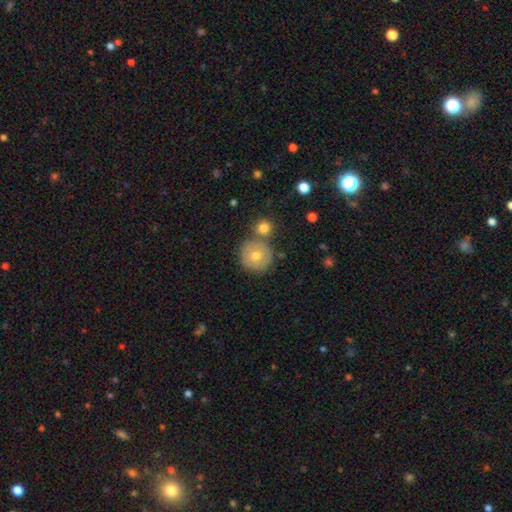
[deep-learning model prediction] Smooth or featured?
  - smooth: 70% *
  - featured or disk: 20%
  - star or artifact: 10%
How rounded?
  - round: 94% *
  - in between: 5%
  - cigar-shaped: 1%
Merging?
  - none: 73% *
  - merger: 15%
  - minor disturbance: 10%
  - major disturbance: 3%